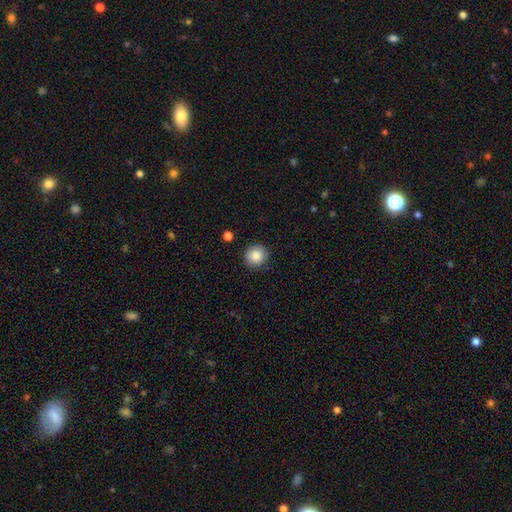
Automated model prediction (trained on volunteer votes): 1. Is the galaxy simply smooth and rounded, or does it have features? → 87% smooth, 9% star or artifact, 5% featured or disk.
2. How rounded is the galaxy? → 91% round, 8% in between, 1% cigar-shaped.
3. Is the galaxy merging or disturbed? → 88% none, 8% minor disturbance, 2% major disturbance, 2% merger.